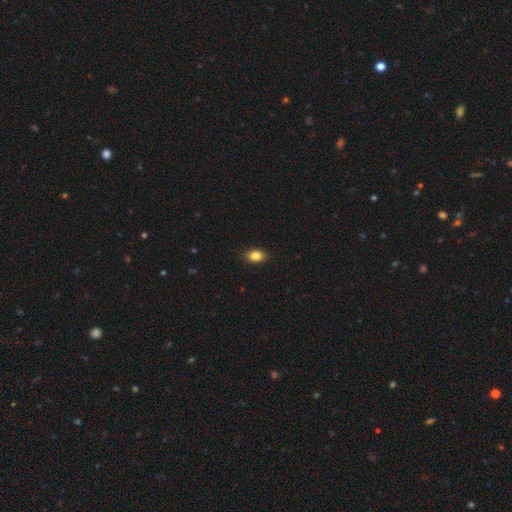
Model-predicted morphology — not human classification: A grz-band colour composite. It shows a smooth galaxy with no disk features (84%) that is in between round and cigar-shaped (82%). Merging: none (87%).